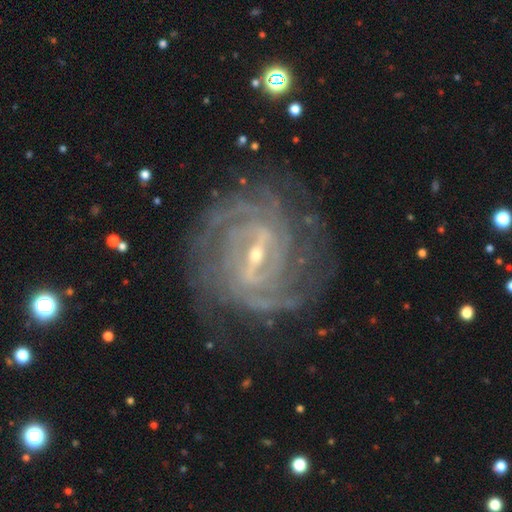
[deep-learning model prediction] Smooth or featured? featured or disk (92%)
Edge-on disk? no (97%)
Bar? strong (57%)
Spiral arms? yes (98%)
Spiral winding? tight (71%)
Spiral arm count? 4 (26%)
Bulge size? small (71%)
Merging? none (79%)